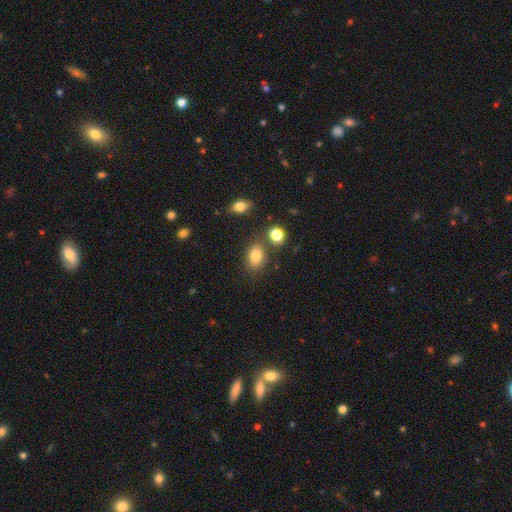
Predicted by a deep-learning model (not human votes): Q: Smooth or featured?
A: smooth (82%); runner-up: star or artifact (11%)
Q: How rounded?
A: in between (78%); runner-up: round (20%)
Q: Merging?
A: none (74%); runner-up: minor disturbance (12%)